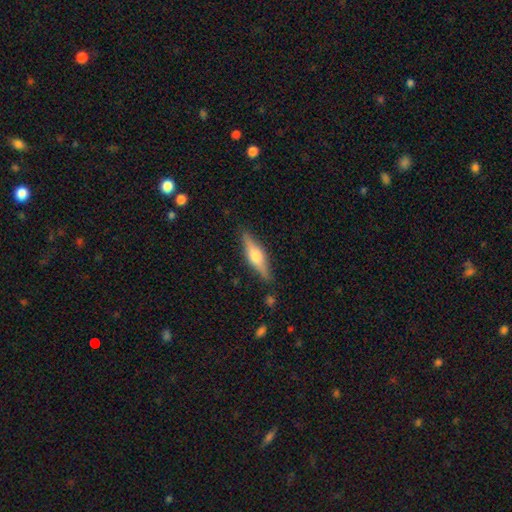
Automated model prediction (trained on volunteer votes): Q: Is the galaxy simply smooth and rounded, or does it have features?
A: featured or disk — 58%.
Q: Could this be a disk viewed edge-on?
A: yes — 94%.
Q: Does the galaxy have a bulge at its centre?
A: rounded — 91%.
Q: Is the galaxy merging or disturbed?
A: none — 86%.